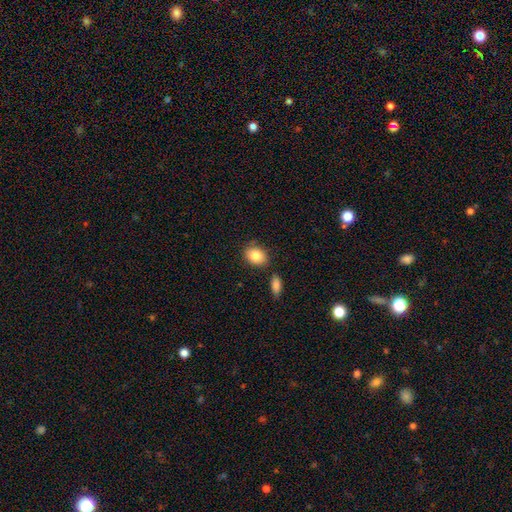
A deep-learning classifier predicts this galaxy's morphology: Q: Smooth or featured?
A: smooth (83%); runner-up: featured or disk (9%)
Q: How rounded?
A: in between (70%); runner-up: round (29%)
Q: Merging?
A: none (75%); runner-up: minor disturbance (14%)